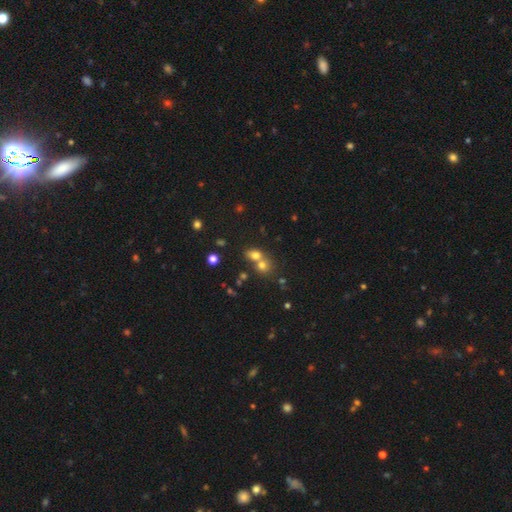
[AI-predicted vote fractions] smooth 72%, star or artifact 16%, featured or disk 12%. Down the decision tree: how rounded — in between (51%); merging — merger (56%).